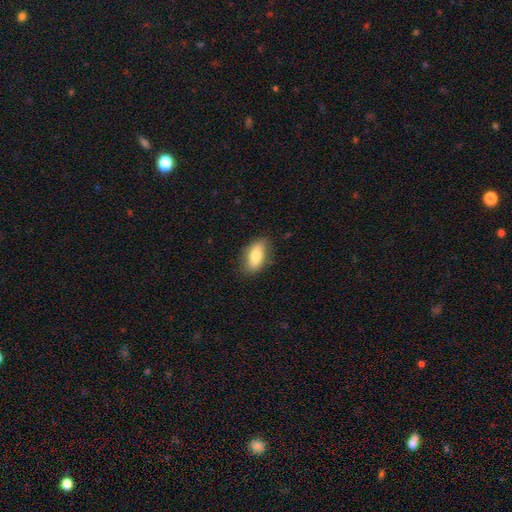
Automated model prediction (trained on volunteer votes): This appears to be a smooth galaxy with no disk features (75%) that is in between round and cigar-shaped (86%). Merging: none (80%).